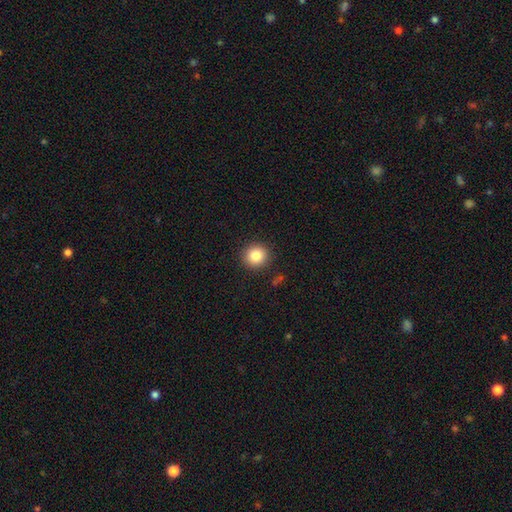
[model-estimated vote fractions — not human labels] Smooth or featured: smooth — 84% (star or artifact — 10%)
How rounded: round — 92% (in between — 7%)
Merging: none — 91% (minor disturbance — 6%)